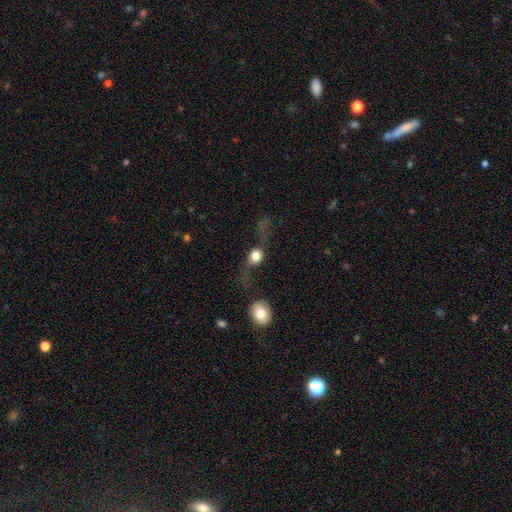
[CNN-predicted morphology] Smooth or featured? smooth (53%)
How rounded? round (66%)
Merging? none (39%)